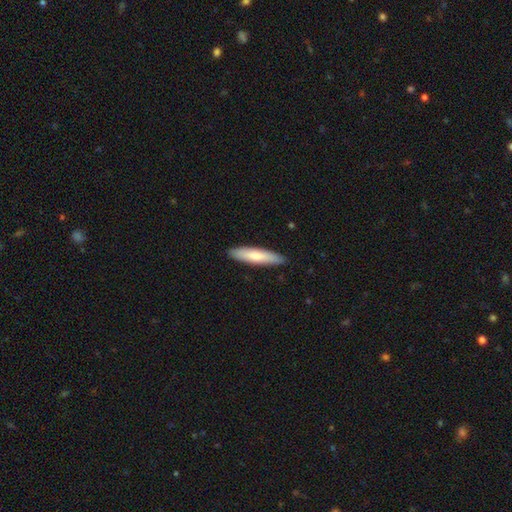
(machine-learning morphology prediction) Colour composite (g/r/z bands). It shows a smooth galaxy with no disk features (75%) that is cigar-shaped (80%). Merging: none (89%).